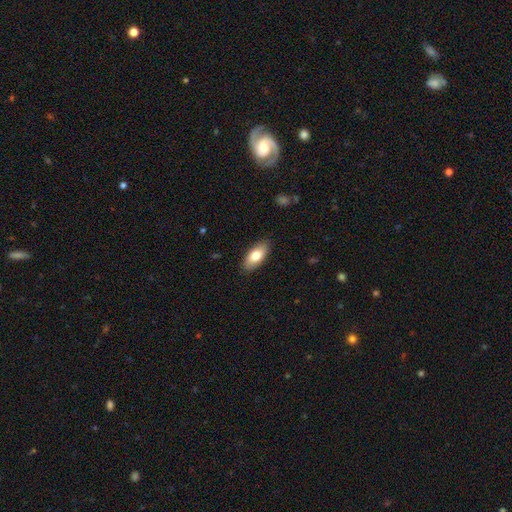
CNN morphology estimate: A smooth galaxy with no disk features (78%) that is in between round and cigar-shaped (87%).

Vote fractions:
- Smooth or featured? smooth: 78% / featured or disk: 16% / star or artifact: 6%
- How rounded? in between: 87% / cigar-shaped: 11% / round: 3%
- Merging? none: 88% / minor disturbance: 9% / major disturbance: 2% / merger: 1%